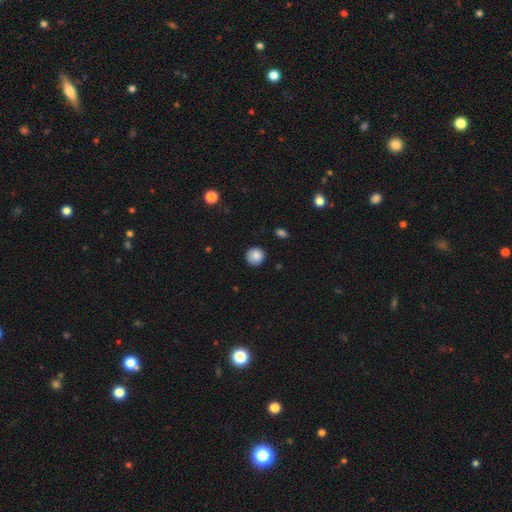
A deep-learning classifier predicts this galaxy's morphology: This appears to be a smooth galaxy with no disk features (86%) that is round (93%). Merging: none (87%).